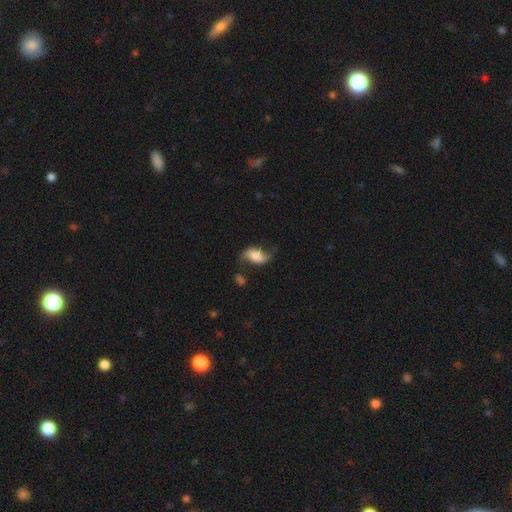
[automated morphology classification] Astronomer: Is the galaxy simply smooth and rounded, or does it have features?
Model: featured or disk — 59%.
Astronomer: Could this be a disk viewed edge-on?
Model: no — 94%.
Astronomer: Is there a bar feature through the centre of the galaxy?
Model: no — 50% (runner-up: weak, 32%).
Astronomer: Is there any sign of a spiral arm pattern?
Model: yes — 90%.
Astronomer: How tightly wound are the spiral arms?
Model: loose — 83%.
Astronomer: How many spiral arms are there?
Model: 2 — 90%.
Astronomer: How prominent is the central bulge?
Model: large — 29% (runner-up: moderate, 25%).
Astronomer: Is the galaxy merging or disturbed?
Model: none — 56%.